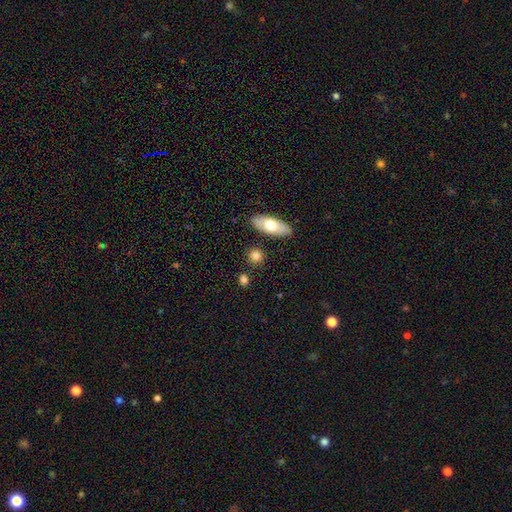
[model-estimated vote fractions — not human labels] This is clearly a smooth galaxy (80%). How rounded: likely round (66%). Merging: clearly none (83%).